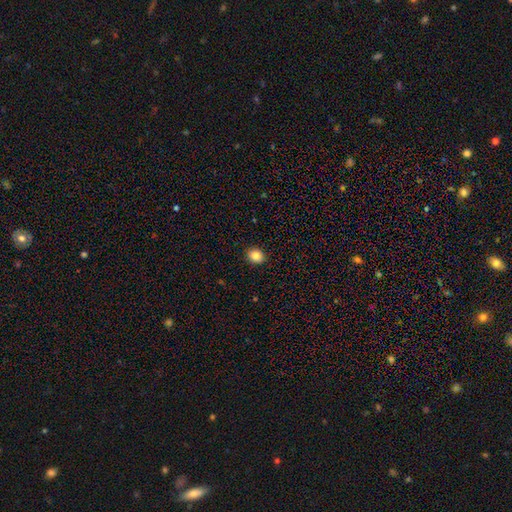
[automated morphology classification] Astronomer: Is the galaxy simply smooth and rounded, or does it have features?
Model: smooth — 85%.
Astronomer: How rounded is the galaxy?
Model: round — 61% (runner-up: in between, 38%).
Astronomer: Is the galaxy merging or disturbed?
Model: none — 92%.